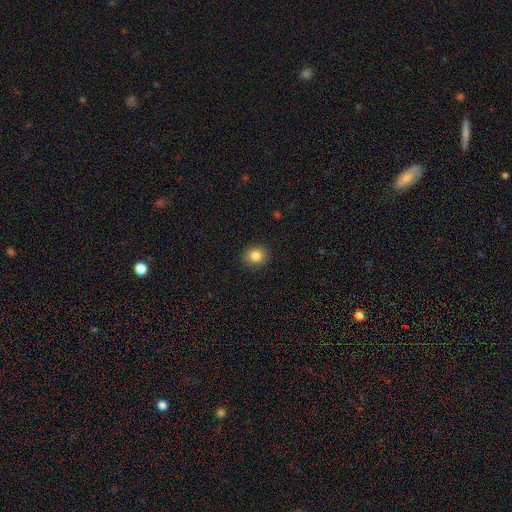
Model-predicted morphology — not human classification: type=smooth (83%); roundness=round (71%); merging=none (90%).